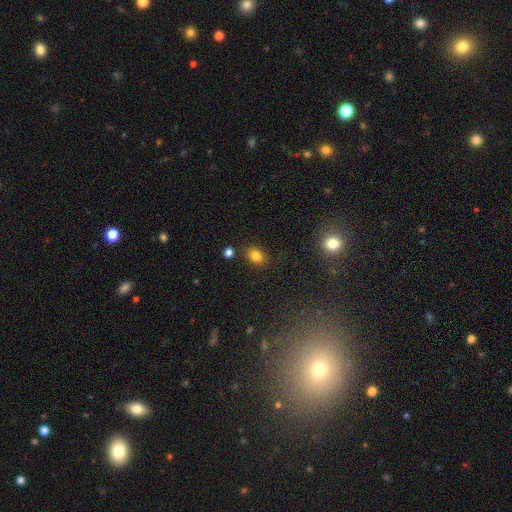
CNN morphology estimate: smooth 81%, star or artifact 12%, featured or disk 6%. Down the decision tree: how rounded — in between (54%); merging — none (82%).